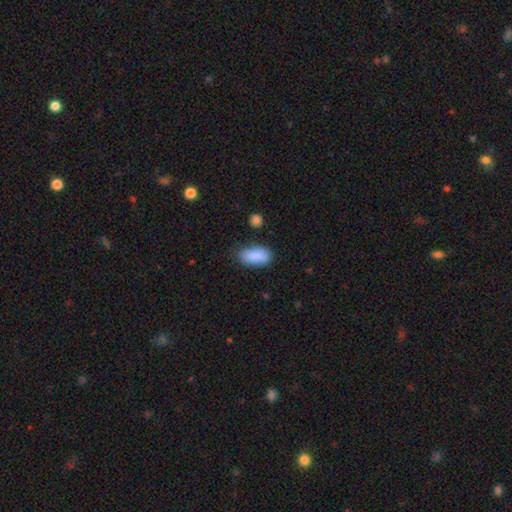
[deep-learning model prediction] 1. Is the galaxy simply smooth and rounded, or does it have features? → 89% smooth, 7% star or artifact, 4% featured or disk.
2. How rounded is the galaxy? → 92% in between, 5% cigar-shaped, 3% round.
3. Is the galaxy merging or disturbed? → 76% none, 18% minor disturbance, 4% major disturbance, 2% merger.